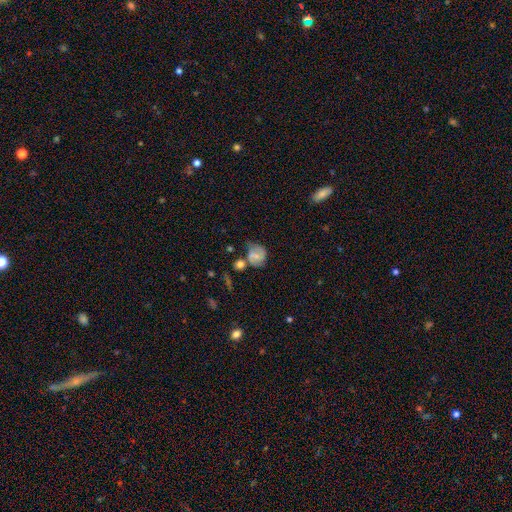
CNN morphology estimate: smooth-or-featured: smooth: 49% | featured or disk: 40% | star or artifact: 11%
  merging: none: 44% | minor disturbance: 25% | merger: 18% | major disturbance: 13%